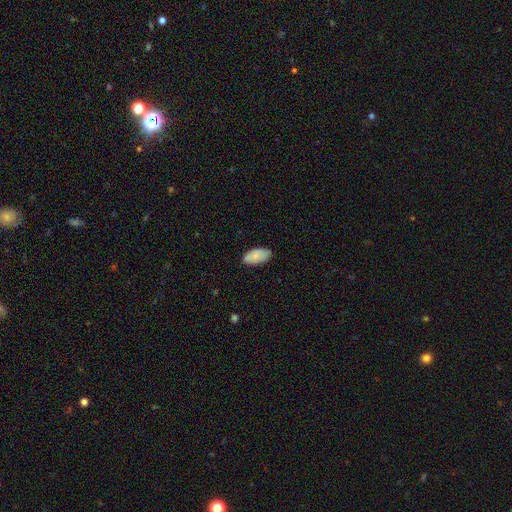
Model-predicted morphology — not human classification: smooth-or-featured: smooth: 85% | featured or disk: 8% | star or artifact: 6%
  how-rounded: in between: 95% | cigar-shaped: 3% | round: 2%
  merging: none: 82% | minor disturbance: 15% | major disturbance: 2% | merger: 1%